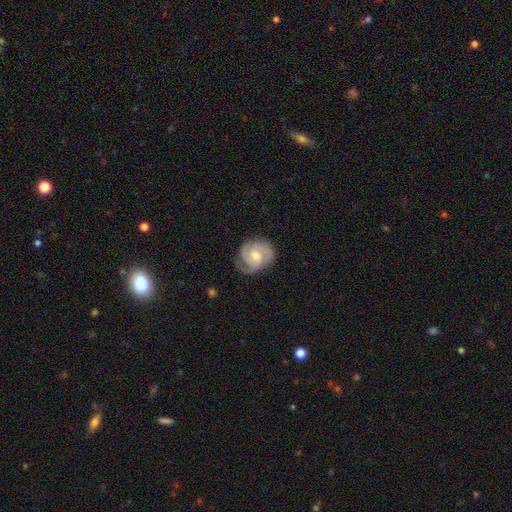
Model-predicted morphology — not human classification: smooth_or_featured: featured or disk (p=0.73) [alt: smooth p=0.22]
disk_edge_on: no (p=0.98) [alt: yes p=0.02]
bar: no (p=0.55) [alt: weak p=0.38]
has_spiral_arms: yes (p=0.94) [alt: no p=0.06]
spiral_winding: tight (p=0.48) [alt: medium p=0.40]
spiral_arm_count: 2 (p=0.35) [alt: 3 p=0.33]
bulge_size: moderate (p=0.57) [alt: small p=0.38]
merging: none (p=0.64) [alt: minor disturbance p=0.25]